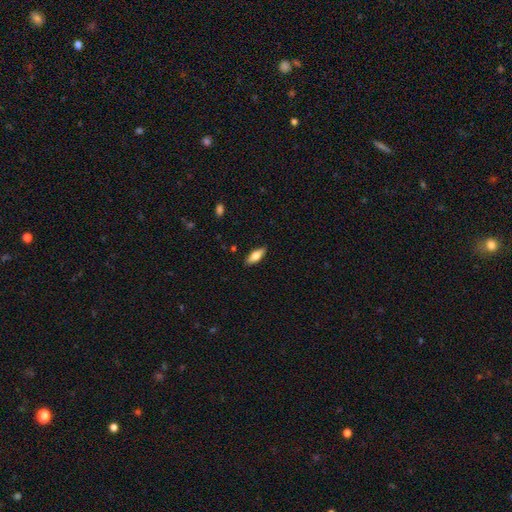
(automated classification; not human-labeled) Q: Smooth or featured?
A: smooth (69%); runner-up: featured or disk (24%)
Q: How rounded?
A: in between (72%); runner-up: cigar-shaped (26%)
Q: Merging?
A: none (87%); runner-up: minor disturbance (10%)